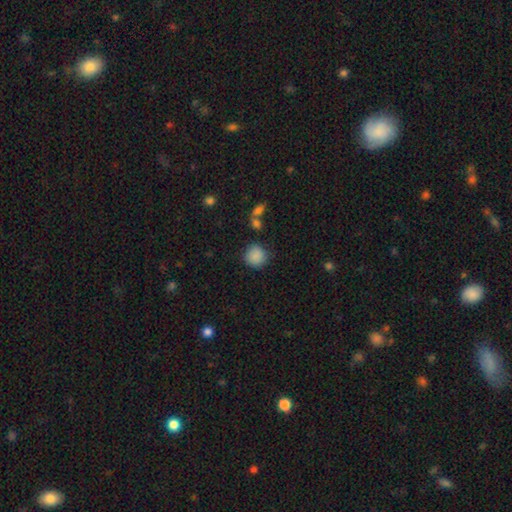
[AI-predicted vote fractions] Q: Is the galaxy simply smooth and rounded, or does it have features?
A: smooth — 87%.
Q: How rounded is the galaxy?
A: round — 89%.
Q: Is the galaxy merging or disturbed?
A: none — 79%.